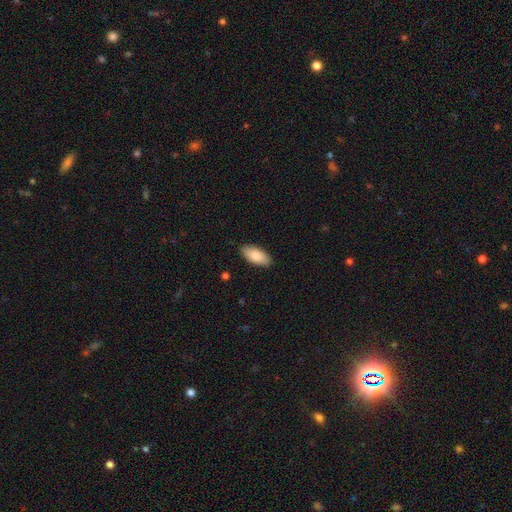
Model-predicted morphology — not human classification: A smooth galaxy with no disk features (86%) that is in between round and cigar-shaped (91%).

Vote fractions:
- Smooth or featured? smooth: 86% / featured or disk: 9% / star or artifact: 6%
- How rounded? in between: 91% / cigar-shaped: 7% / round: 2%
- Merging? none: 88% / minor disturbance: 9% / major disturbance: 2% / merger: 1%